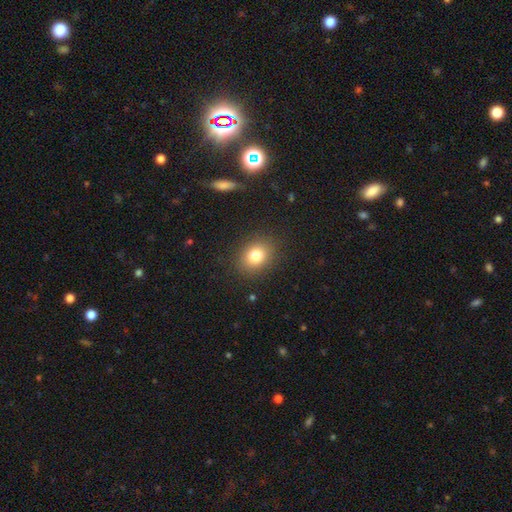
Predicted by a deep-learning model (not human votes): Smooth or featured?
  - smooth: 80% *
  - star or artifact: 11%
  - featured or disk: 9%
How rounded?
  - in between: 50% *
  - round: 49%
  - cigar-shaped: 1%
Merging?
  - none: 87% *
  - minor disturbance: 9%
  - major disturbance: 3%
  - merger: 1%